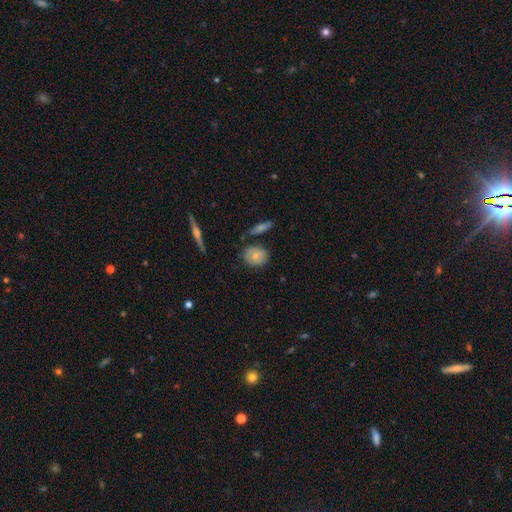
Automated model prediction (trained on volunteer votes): A smooth galaxy with no disk features (71%) that is round (65%). Merging: none (77%).